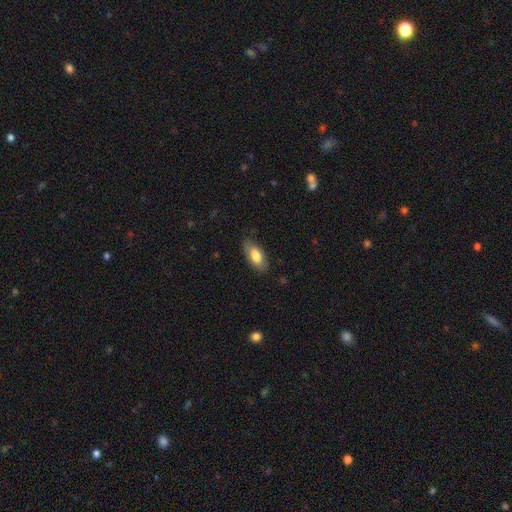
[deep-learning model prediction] Smooth or featured: smooth — 75% (featured or disk — 19%)
How rounded: in between — 90% (cigar-shaped — 7%)
Merging: none — 81% (minor disturbance — 15%)